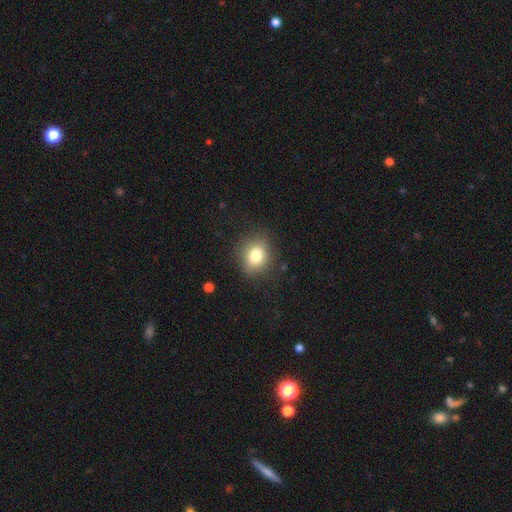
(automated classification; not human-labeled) Smooth or featured: smooth — 78% (star or artifact — 12%)
How rounded: round — 70% (in between — 29%)
Merging: none — 84% (minor disturbance — 11%)